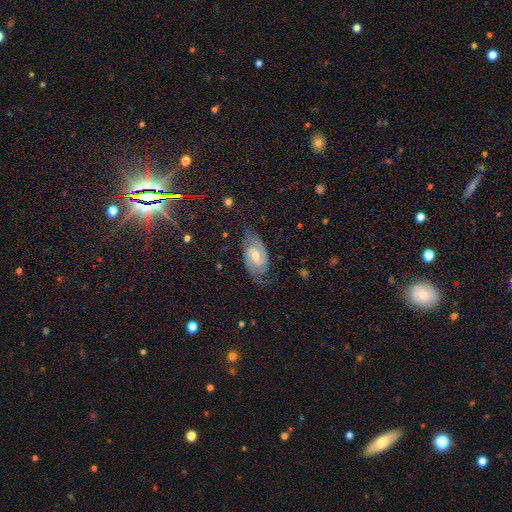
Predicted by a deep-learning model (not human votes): Smooth or featured: featured or disk — 87% (smooth — 7%)
Edge-on disk: no — 97% (yes — 3%)
Bar: weak — 55% (no — 30%)
Spiral arms: yes — 98% (no — 2%)
Spiral winding: tight — 48% (medium — 42%)
Spiral arm count: 2 — 89% (can't tell — 4%)
Bulge size: moderate — 50% (small — 40%)
Merging: none — 72% (minor disturbance — 19%)